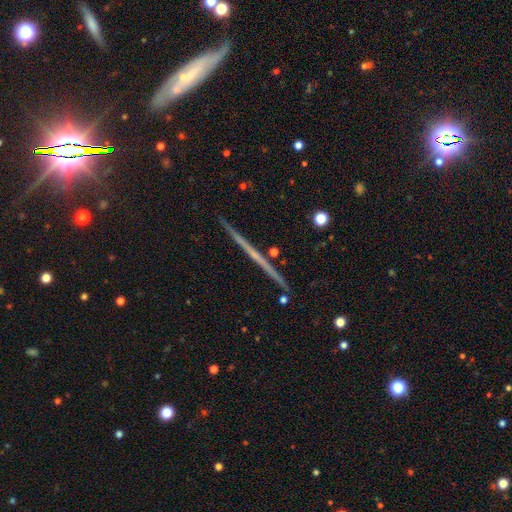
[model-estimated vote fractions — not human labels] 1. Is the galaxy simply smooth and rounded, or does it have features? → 70% featured or disk, 20% smooth, 10% star or artifact.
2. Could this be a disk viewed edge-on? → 98% yes, 2% no.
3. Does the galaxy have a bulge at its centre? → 78% none, 16% rounded, 6% boxy.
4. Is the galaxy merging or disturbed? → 92% none, 5% minor disturbance, 1% merger, 1% major disturbance.